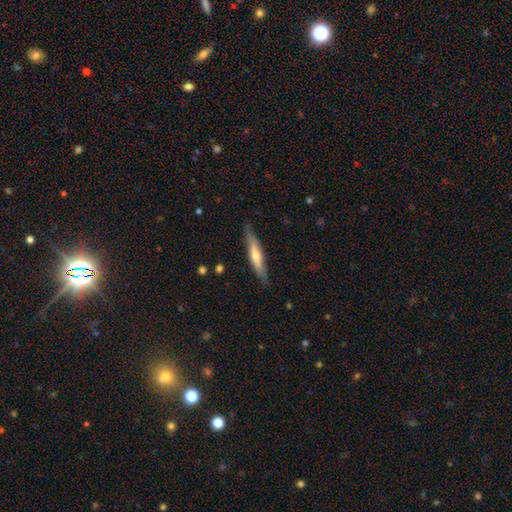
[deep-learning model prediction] Overall: featured or disk (50%; smooth 44%). Edge-on disk: yes (87%). Merging: none (83%).